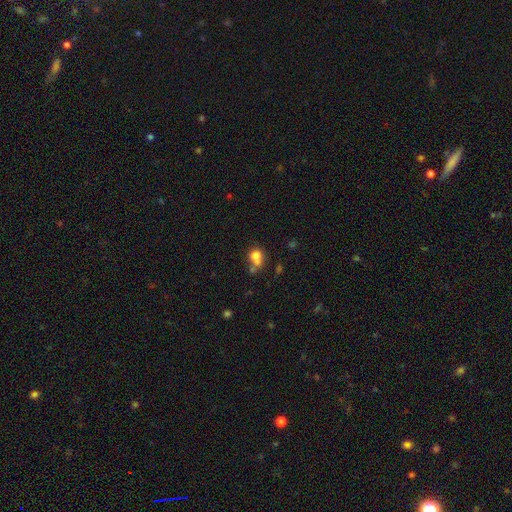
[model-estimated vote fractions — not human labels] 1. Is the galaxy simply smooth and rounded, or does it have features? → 74% smooth, 14% featured or disk, 12% star or artifact.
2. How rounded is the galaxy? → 72% round, 27% in between, 1% cigar-shaped.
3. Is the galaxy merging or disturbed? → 43% merger, 38% none, 12% minor disturbance, 7% major disturbance.